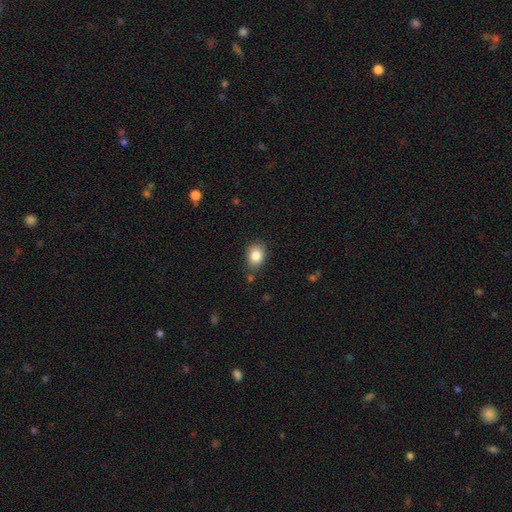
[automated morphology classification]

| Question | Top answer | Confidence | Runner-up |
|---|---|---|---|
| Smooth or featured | smooth | 85% | star or artifact (9%) |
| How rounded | in between | 57% | round (42%) |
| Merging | none | 79% | minor disturbance (15%) |